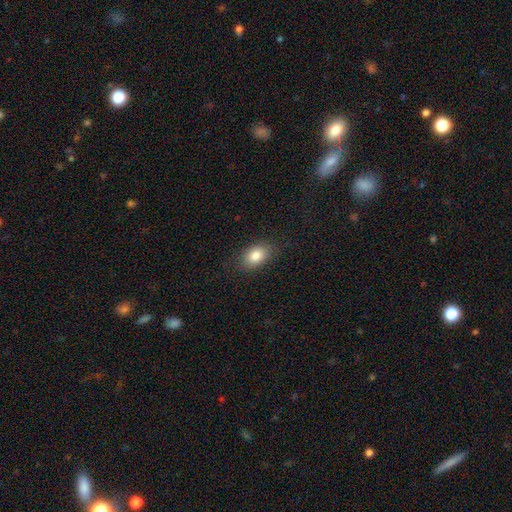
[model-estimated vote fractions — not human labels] The model was most divided on "how rounded": in between: 83%, round: 16%, cigar-shaped: 2%. More confident: merging — none (83%); smooth or featured — smooth (83%).